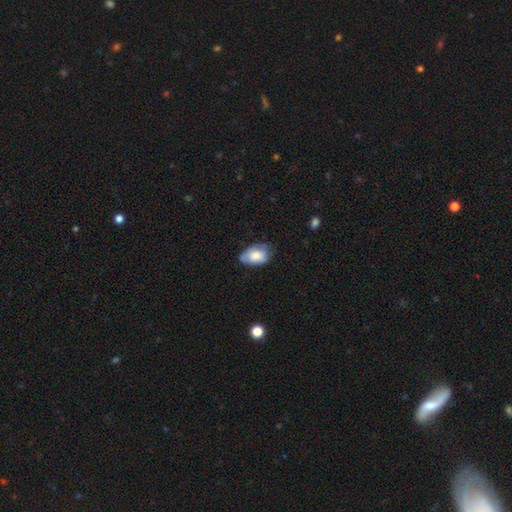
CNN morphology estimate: smooth-or-featured: smooth: 75% | featured or disk: 17% | star or artifact: 7%
  how-rounded: in between: 90% | round: 8% | cigar-shaped: 1%
  merging: none: 51% | minor disturbance: 37% | major disturbance: 9% | merger: 3%